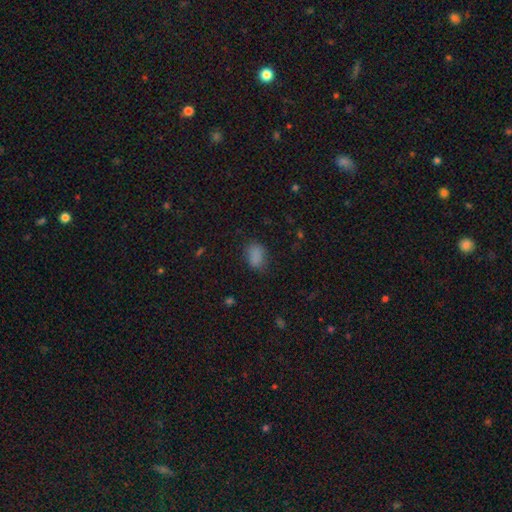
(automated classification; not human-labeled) Q: Smooth or featured?
A: smooth (84%); runner-up: star or artifact (11%)
Q: How rounded?
A: in between (83%); runner-up: round (16%)
Q: Merging?
A: none (73%); runner-up: minor disturbance (20%)